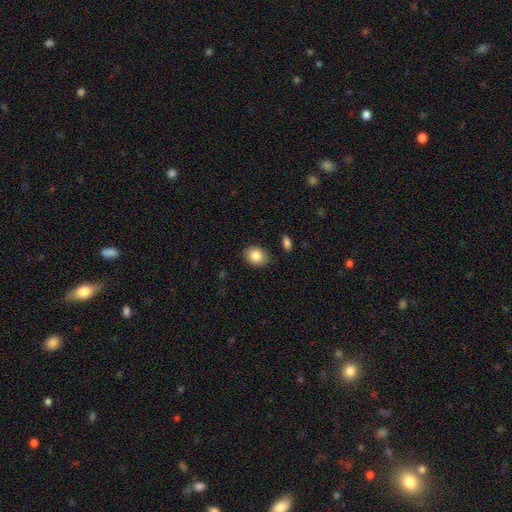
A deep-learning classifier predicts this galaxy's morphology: smooth 85%, star or artifact 8%, featured or disk 7%. Down the decision tree: how rounded — in between (56%); merging — none (85%).